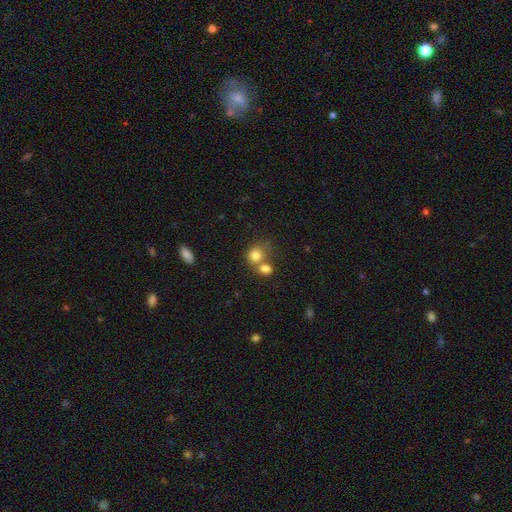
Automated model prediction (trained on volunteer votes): Overall: smooth (80%). How rounded: round (67%; in between 32%). Merging: merger (47%; none 38%).